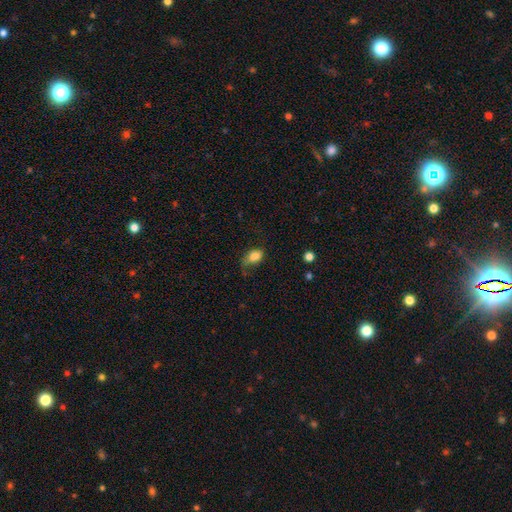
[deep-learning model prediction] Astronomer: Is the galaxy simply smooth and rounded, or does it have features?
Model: smooth — 80%.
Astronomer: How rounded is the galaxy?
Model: in between — 81%.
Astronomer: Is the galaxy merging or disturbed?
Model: none — 37% (runner-up: minor disturbance, 34%).